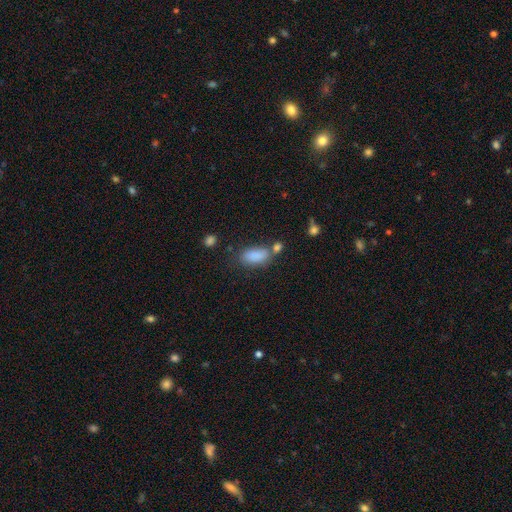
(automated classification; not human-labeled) smooth-or-featured: smooth: 86% | star or artifact: 8% | featured or disk: 6%
  how-rounded: in between: 87% | cigar-shaped: 9% | round: 3%
  merging: none: 58% | merger: 18% | minor disturbance: 18% | major disturbance: 7%